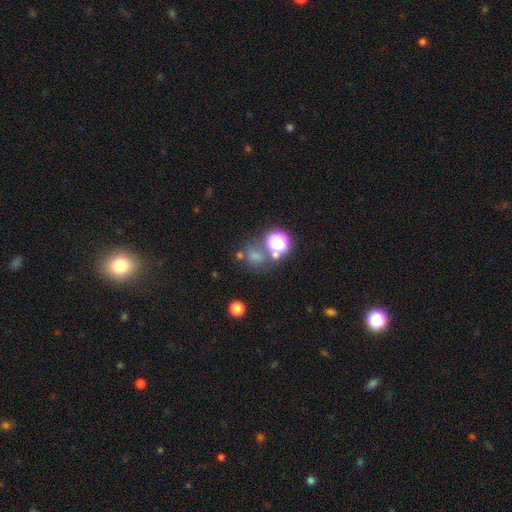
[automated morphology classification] This appears to be a star or artifact, not a galaxy (52%).